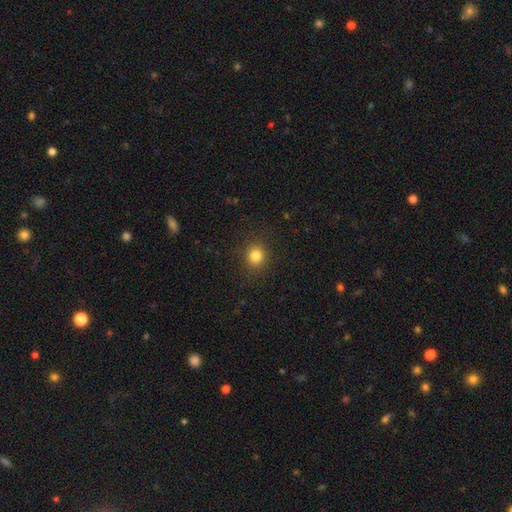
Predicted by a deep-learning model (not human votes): Smooth or featured: smooth — 82% (star or artifact — 13%)
How rounded: round — 81% (in between — 18%)
Merging: none — 89% (minor disturbance — 7%)